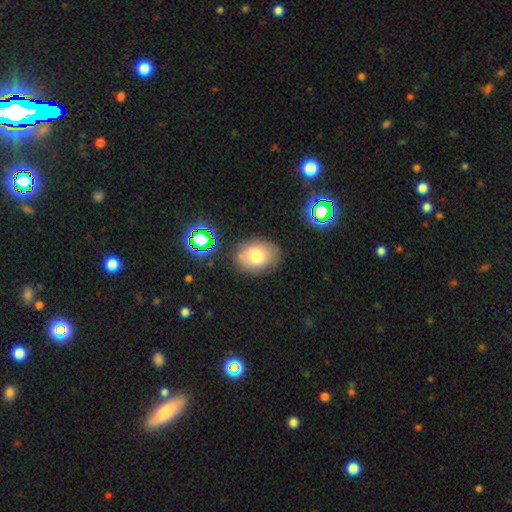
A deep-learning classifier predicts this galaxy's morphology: This is likely a smooth galaxy (75%). How rounded: likely in between (68%). Merging: likely none (79%).